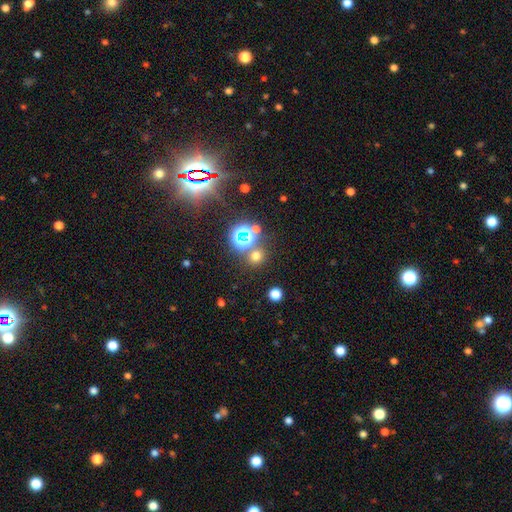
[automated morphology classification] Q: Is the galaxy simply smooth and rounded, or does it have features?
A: smooth — 60%.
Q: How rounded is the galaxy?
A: round — 88%.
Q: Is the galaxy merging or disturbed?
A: none — 79%.